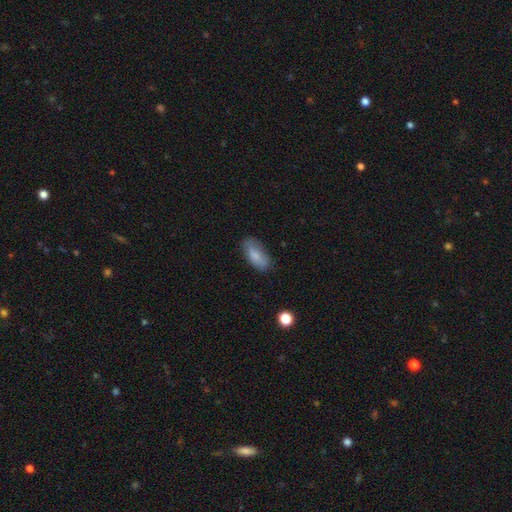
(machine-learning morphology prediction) Q: Smooth or featured?
A: smooth (82%); runner-up: featured or disk (11%)
Q: How rounded?
A: in between (85%); runner-up: cigar-shaped (12%)
Q: Merging?
A: none (75%); runner-up: minor disturbance (19%)